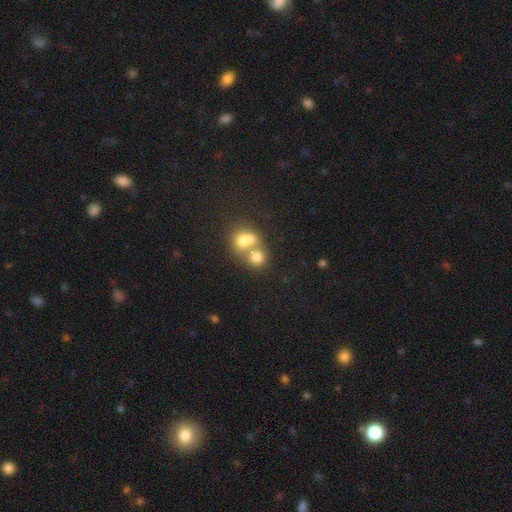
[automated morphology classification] This is likely a smooth galaxy (69%). How rounded: possibly round (60%). Merging: likely merger (66%).